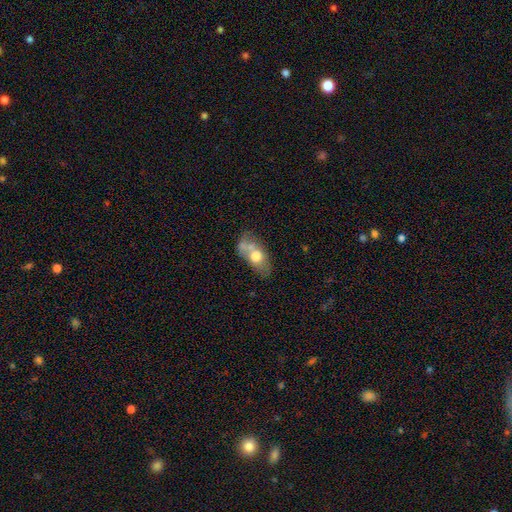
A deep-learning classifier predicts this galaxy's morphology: The model was most divided on "merging": none: 35%, merger: 32%, minor disturbance: 21%, major disturbance: 12%. More confident: how rounded — in between (83%); smooth or featured — smooth (60%).